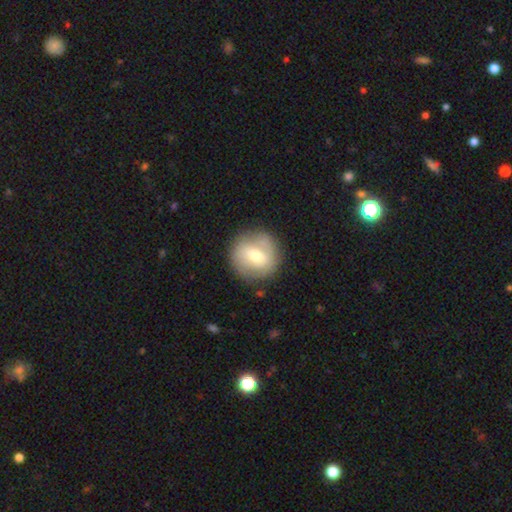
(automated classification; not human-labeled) A smooth galaxy with no disk features (52%) that is round (90%). Merging: none (81%).